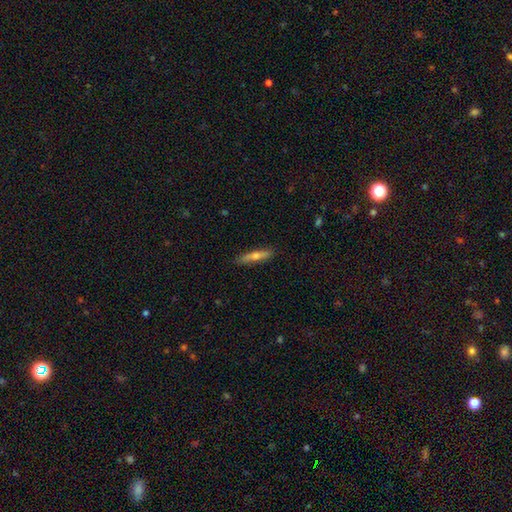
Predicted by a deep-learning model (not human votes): Smooth or featured?
  - smooth: 49% *
  - featured or disk: 44%
  - star or artifact: 7%
Merging?
  - none: 87% *
  - minor disturbance: 10%
  - major disturbance: 2%
  - merger: 1%